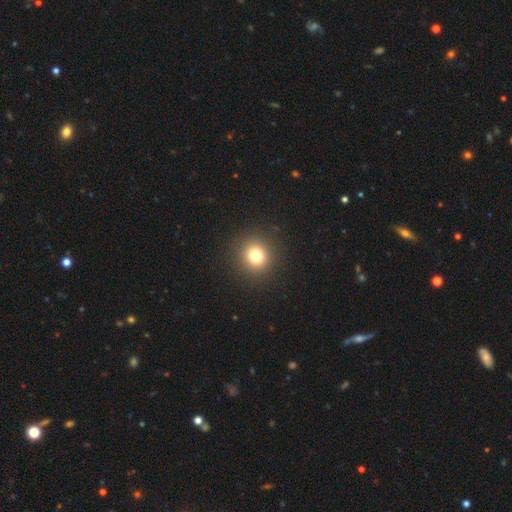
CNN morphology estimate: Smooth or featured: smooth — 78% (star or artifact — 14%)
How rounded: round — 92% (in between — 7%)
Merging: none — 91% (minor disturbance — 5%)